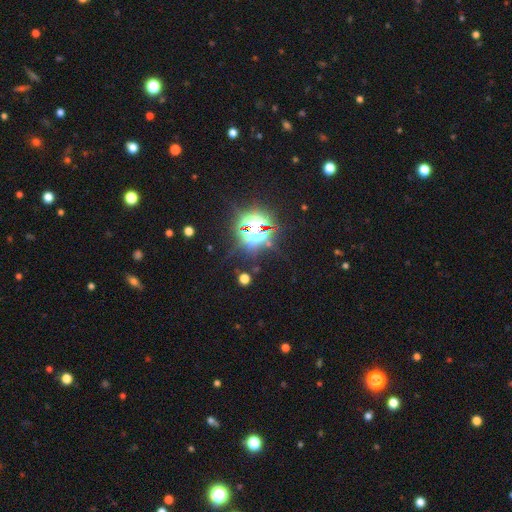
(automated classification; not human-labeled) star or artifact 84%, smooth 10%, featured or disk 6%.